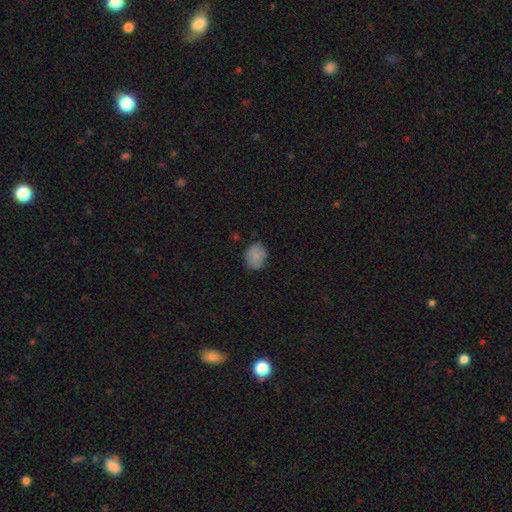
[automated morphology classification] Smooth or featured?
  - smooth: 83% *
  - star or artifact: 9%
  - featured or disk: 8%
How rounded?
  - in between: 52% *
  - round: 47%
  - cigar-shaped: 1%
Merging?
  - none: 80% *
  - minor disturbance: 16%
  - major disturbance: 3%
  - merger: 1%